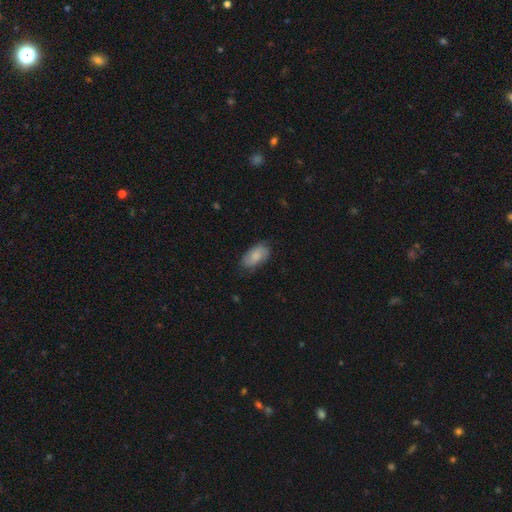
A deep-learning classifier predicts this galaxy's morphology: The model was most divided on "merging": none: 71%, minor disturbance: 23%, major disturbance: 5%, merger: 1%. More confident: how rounded — in between (93%); smooth or featured — smooth (72%).